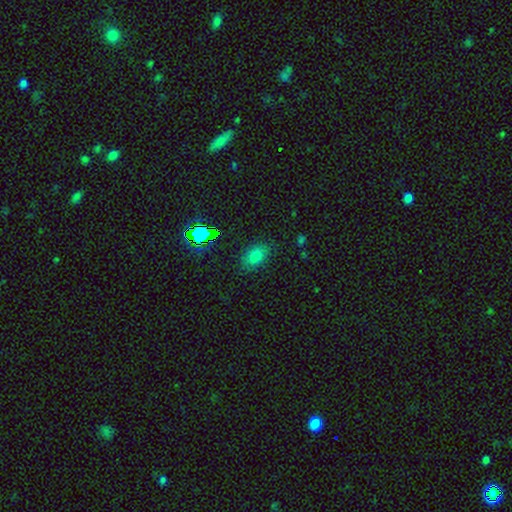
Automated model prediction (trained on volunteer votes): smooth-or-featured: smooth: 75% | star or artifact: 17% | featured or disk: 8%
  how-rounded: in between: 84% | round: 14% | cigar-shaped: 2%
  merging: none: 81% | minor disturbance: 14% | major disturbance: 4% | merger: 2%